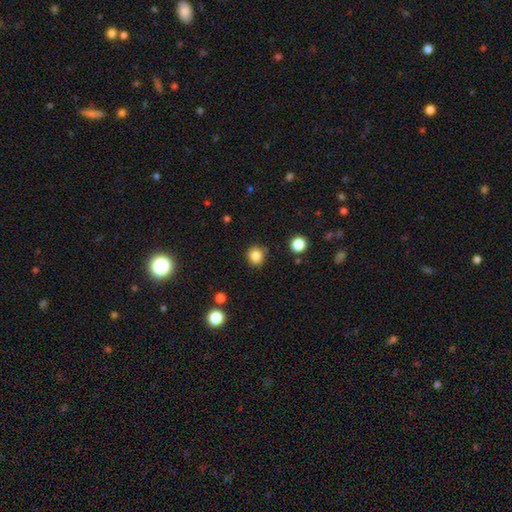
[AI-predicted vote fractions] Smooth or featured?
  - smooth: 83% *
  - star or artifact: 11%
  - featured or disk: 5%
How rounded?
  - round: 89% *
  - in between: 10%
  - cigar-shaped: 1%
Merging?
  - none: 84% *
  - minor disturbance: 10%
  - merger: 3%
  - major disturbance: 2%